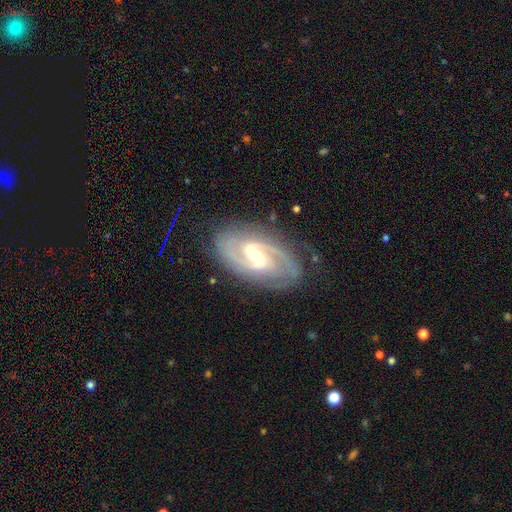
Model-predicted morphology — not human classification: smooth-or-featured: featured or disk: 90% | star or artifact: 5% | smooth: 5%
  disk-edge-on: no: 96% | yes: 4%
    bar: weak: 46% | strong: 44% | no: 10%
    has-spiral-arms: yes: 98% | no: 2%
      spiral-winding: medium: 50% | tight: 36% | loose: 14%
      spiral-arm-count: 2: 80% | 3: 8% | can't tell: 6% | 4: 2% | 1: 2% | more than 4: 2%
    bulge-size: small: 46% | moderate: 45% | large: 4% | none: 3% | dominant: 1%
  merging: none: 78% | minor disturbance: 15% | major disturbance: 5% | merger: 1%